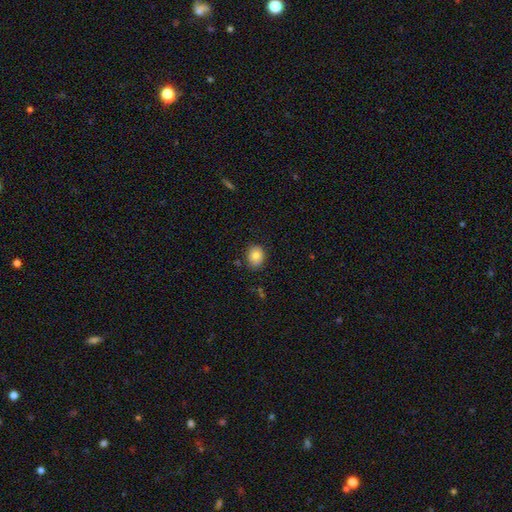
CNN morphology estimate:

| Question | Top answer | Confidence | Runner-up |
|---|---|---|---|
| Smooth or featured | smooth | 82% | featured or disk (9%) |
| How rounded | round | 56% | in between (43%) |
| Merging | none | 84% | minor disturbance (12%) |